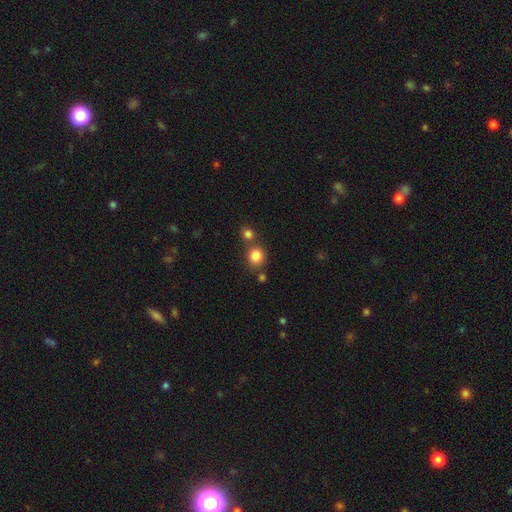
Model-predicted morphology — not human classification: smooth-or-featured: smooth: 83% | star or artifact: 11% | featured or disk: 6%
  how-rounded: round: 82% | in between: 17% | cigar-shaped: 1%
  merging: none: 64% | merger: 23% | minor disturbance: 9% | major disturbance: 3%